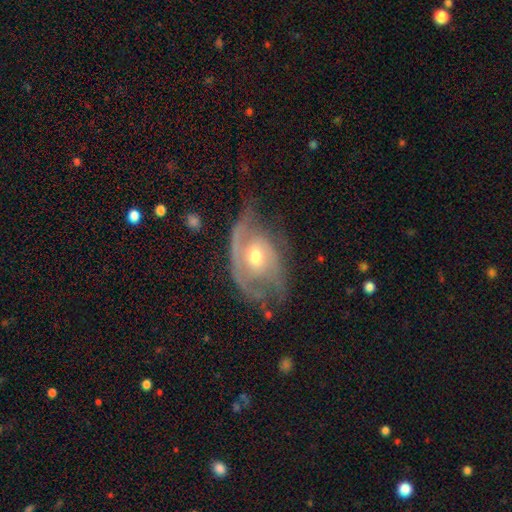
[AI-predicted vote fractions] This appears to be a featured or disk galaxy (79%) with no bar (63%), 2 (47%) tight (40%) spiral arms (84%) and a moderate central bulge (67%). Merging: none (44%).